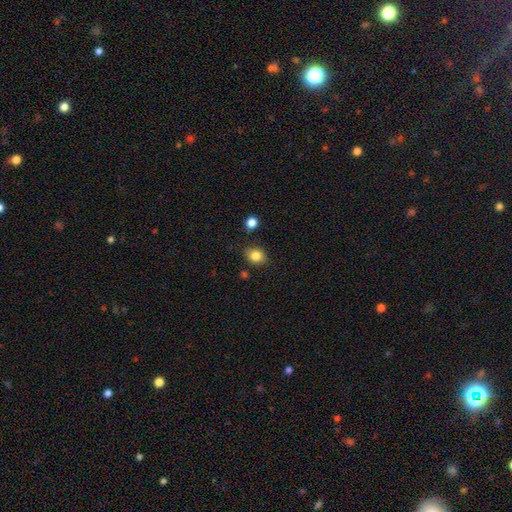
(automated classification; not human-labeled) The model was most divided on "how rounded": round: 59%, in between: 40%, cigar-shaped: 1%. More confident: smooth or featured — smooth (84%); merging — none (82%).